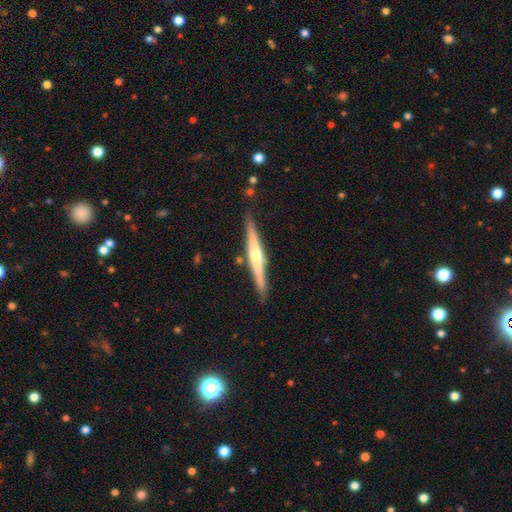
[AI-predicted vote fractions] smooth_or_featured: featured or disk (p=0.71) [alt: smooth p=0.24]
disk_edge_on: yes (p=0.98) [alt: no p=0.02]
edge_on_bulge: rounded (p=0.70) [alt: none p=0.19]
merging: none (p=0.87) [alt: minor disturbance p=0.09]